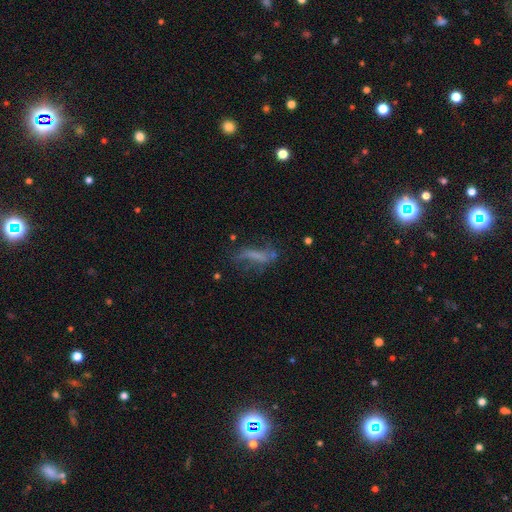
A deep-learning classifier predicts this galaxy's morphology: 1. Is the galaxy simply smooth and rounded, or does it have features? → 44% smooth, 40% featured or disk, 16% star or artifact.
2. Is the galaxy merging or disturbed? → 42% none, 27% major disturbance, 25% minor disturbance, 7% merger.